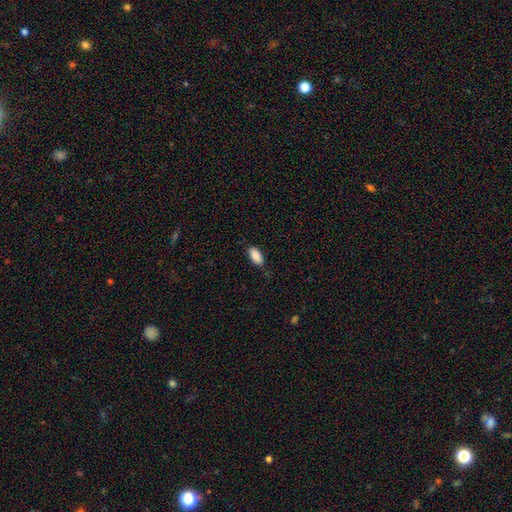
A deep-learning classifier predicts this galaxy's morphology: smooth 89%, star or artifact 7%, featured or disk 4%. Down the decision tree: how rounded — in between (92%); merging — none (83%).